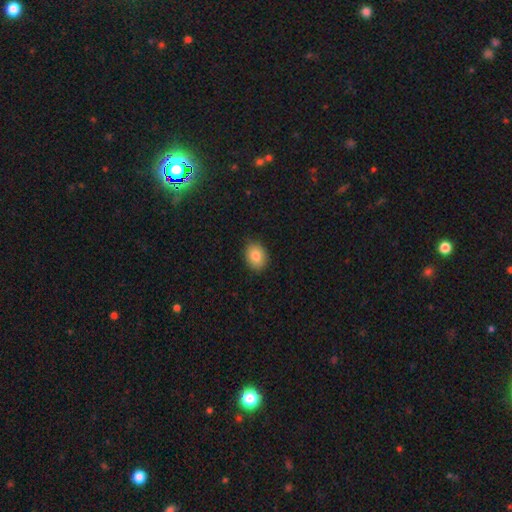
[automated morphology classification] A smooth galaxy with no disk features (83%) that is in between round and cigar-shaped (62%).

Vote fractions:
- Smooth or featured? smooth: 83% / star or artifact: 8% / featured or disk: 8%
- How rounded? in between: 62% / round: 37% / cigar-shaped: 1%
- Merging? none: 86% / minor disturbance: 11% / major disturbance: 2% / merger: 1%